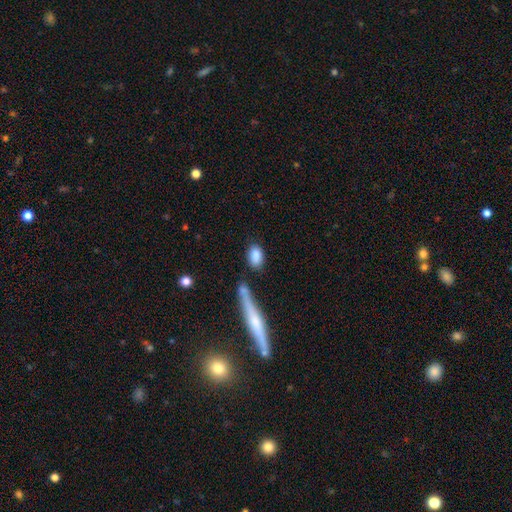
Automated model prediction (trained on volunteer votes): Smooth or featured? smooth (85%)
How rounded? in between (84%)
Merging? none (70%)